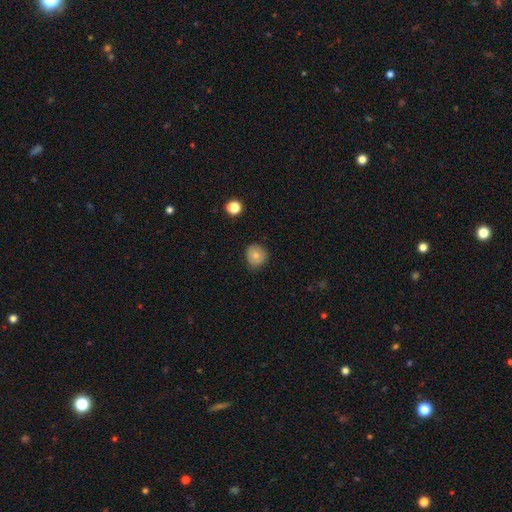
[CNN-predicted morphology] A smooth galaxy with no disk features (72%) that is round (87%). Merging: none (77%).